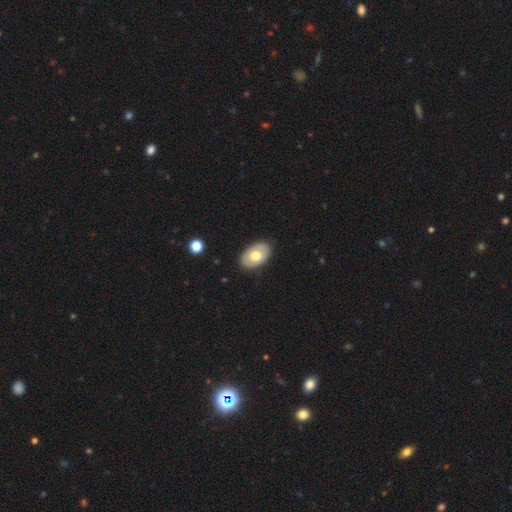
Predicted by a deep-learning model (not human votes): Smooth or featured: smooth — 62% (featured or disk — 32%)
How rounded: in between — 89% (round — 10%)
Merging: none — 85% (minor disturbance — 11%)